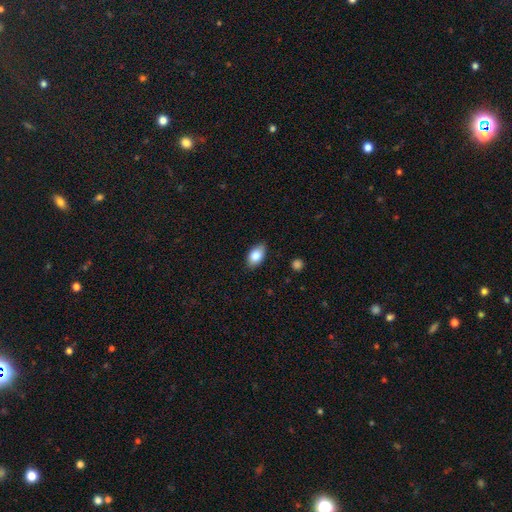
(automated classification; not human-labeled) Smooth or featured? Predicted: smooth (p=0.83). How rounded? Predicted: in between (p=0.90). Merging? Predicted: none (p=0.83).